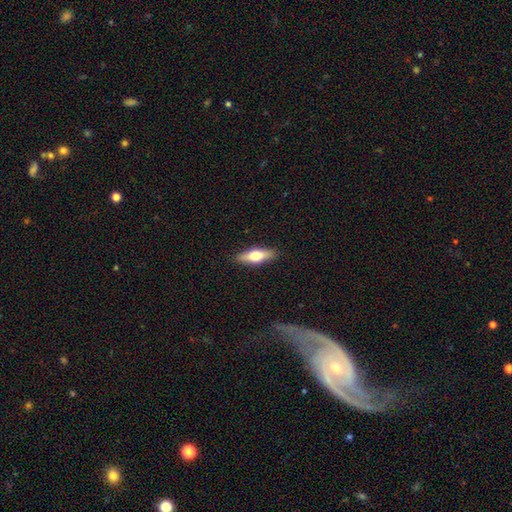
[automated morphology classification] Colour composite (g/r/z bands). It shows a smooth galaxy with no disk features (54%) that is in between round and cigar-shaped (50%). Merging: none (89%).